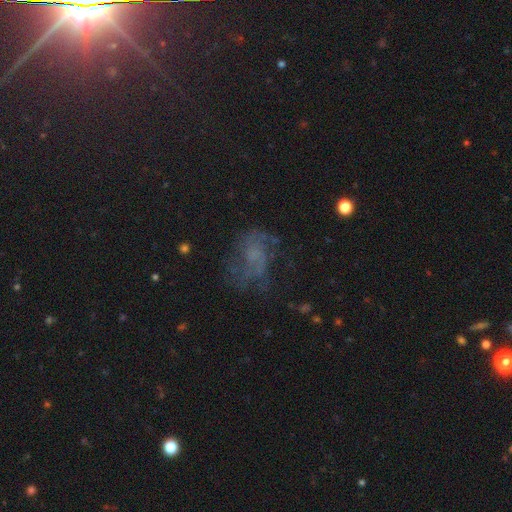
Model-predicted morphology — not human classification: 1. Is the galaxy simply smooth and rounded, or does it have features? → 51% featured or disk, 26% star or artifact, 23% smooth.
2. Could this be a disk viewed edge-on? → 97% no, 3% yes.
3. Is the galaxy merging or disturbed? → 52% none, 25% major disturbance, 20% minor disturbance, 2% merger.